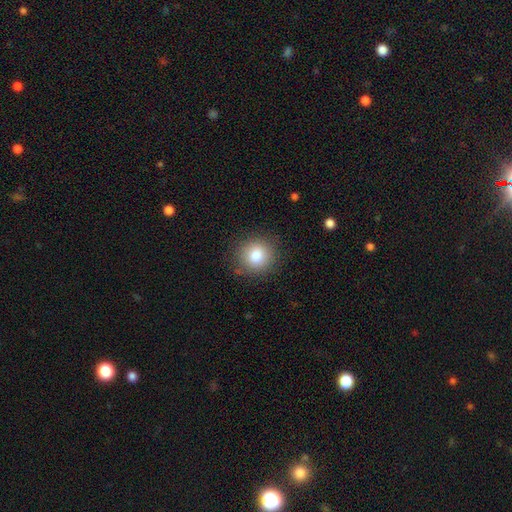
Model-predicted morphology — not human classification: This is clearly a smooth galaxy (81%). How rounded: clearly round (90%). Merging: clearly none (87%).